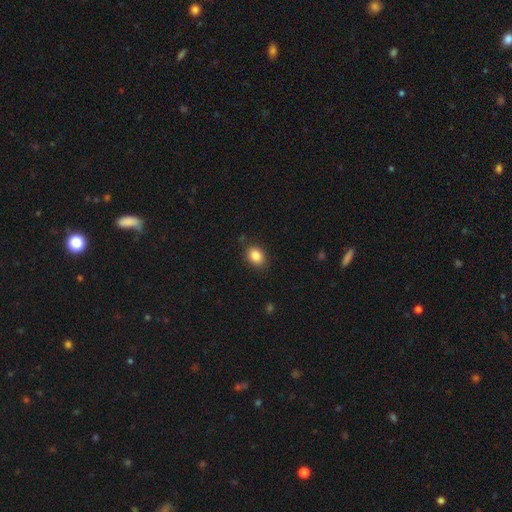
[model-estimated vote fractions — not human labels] Morphology: type=smooth (85%); roundness=in between (60%); merging=none (84%).